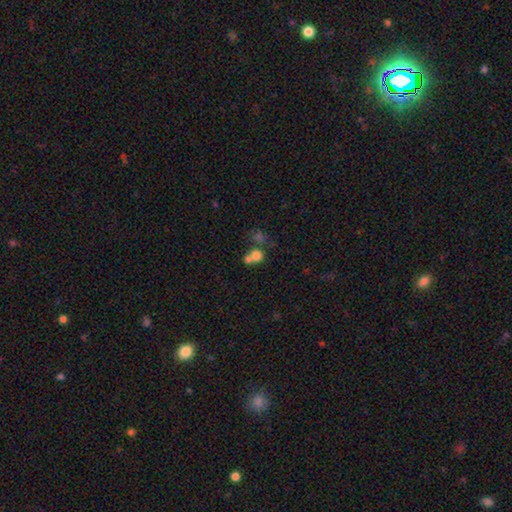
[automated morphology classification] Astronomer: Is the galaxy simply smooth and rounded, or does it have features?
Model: smooth — 73%.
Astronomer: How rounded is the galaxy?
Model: round — 76%.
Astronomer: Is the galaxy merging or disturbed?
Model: merger — 53% (runner-up: none, 35%).